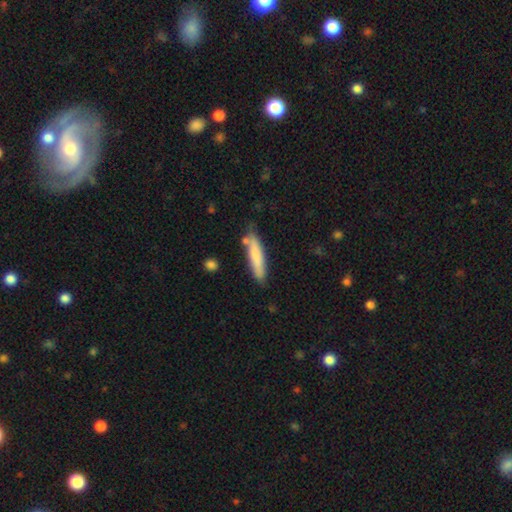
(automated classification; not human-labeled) Smooth or featured? Predicted: smooth (p=0.78). How rounded? Predicted: cigar-shaped (p=0.84). Merging? Predicted: none (p=0.76).